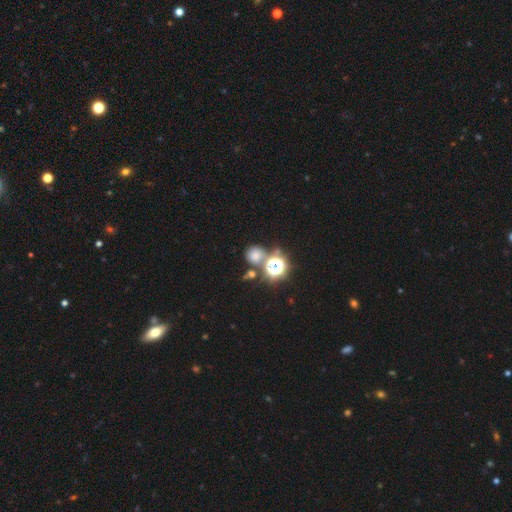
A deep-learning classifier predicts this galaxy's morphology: Smooth or featured?
  - smooth: 65% *
  - star or artifact: 28%
  - featured or disk: 7%
How rounded?
  - round: 88% *
  - in between: 11%
  - cigar-shaped: 1%
Merging?
  - none: 66% *
  - merger: 21%
  - minor disturbance: 9%
  - major disturbance: 4%